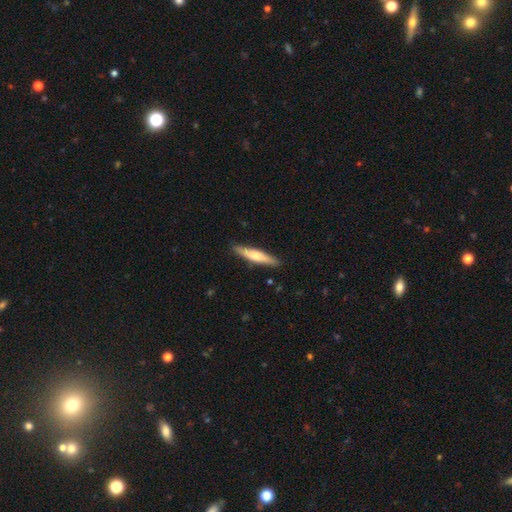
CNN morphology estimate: smooth-or-featured: smooth: 58% | featured or disk: 37% | star or artifact: 5%
  how-rounded: cigar-shaped: 87% | in between: 12% | round: 1%
  merging: none: 89% | minor disturbance: 8% | major disturbance: 2% | merger: 1%